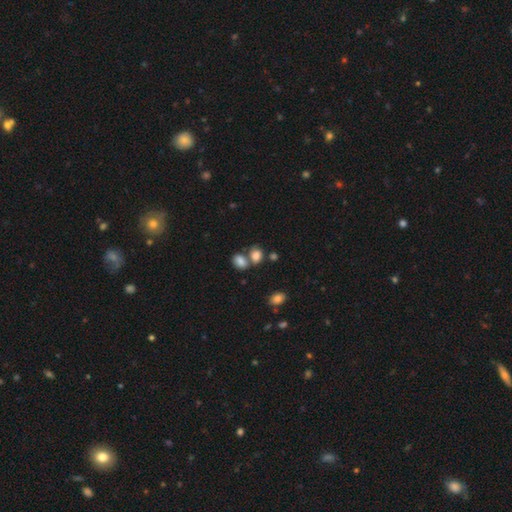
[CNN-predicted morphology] smooth-or-featured: smooth: 81% | star or artifact: 11% | featured or disk: 8%
  how-rounded: in between: 58% | round: 40% | cigar-shaped: 1%
  merging: merger: 42% | none: 41% | minor disturbance: 11% | major disturbance: 5%